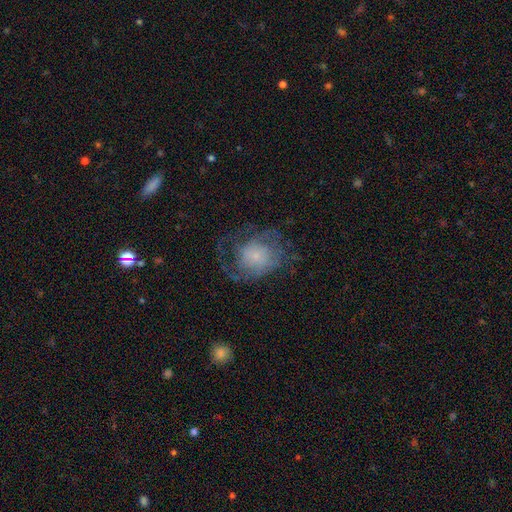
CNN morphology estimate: This appears to be a featured or disk galaxy (67%) with no bar (78%), 2 (35%) medium (41%) spiral arms (83%) and a small central bulge (64%). Merging: none (55%).